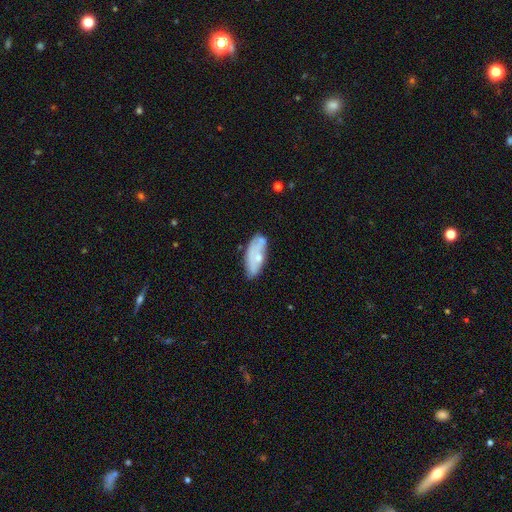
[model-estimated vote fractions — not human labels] The model was most divided on "smooth or featured": smooth: 54%, featured or disk: 39%, star or artifact: 7%. More confident: how rounded — in between (81%); merging — none (54%).